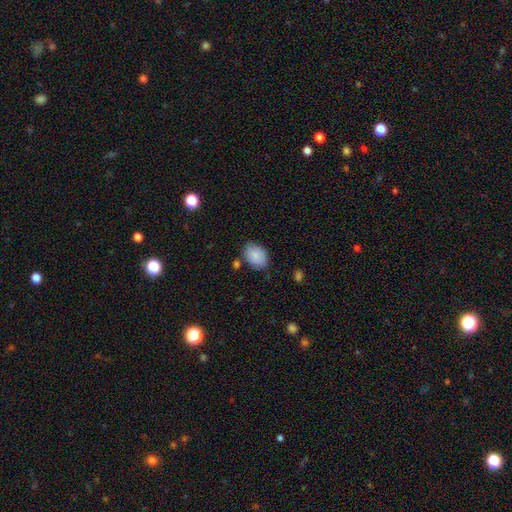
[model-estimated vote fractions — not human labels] Smooth or featured?
  - smooth: 86% *
  - featured or disk: 7%
  - star or artifact: 7%
How rounded?
  - in between: 82% *
  - round: 17%
  - cigar-shaped: 1%
Merging?
  - none: 70% *
  - minor disturbance: 21%
  - major disturbance: 4%
  - merger: 4%